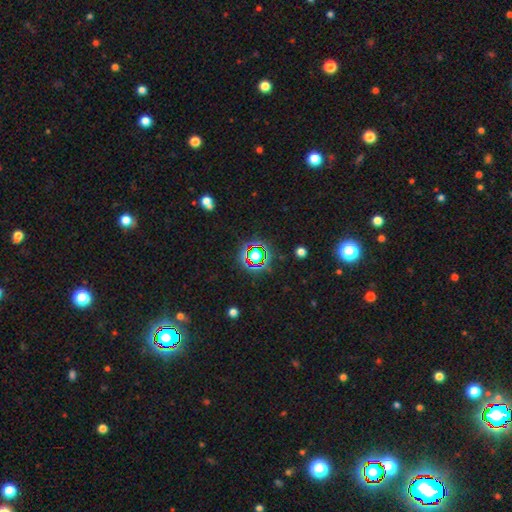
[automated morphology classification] A star or artifact, not a galaxy (69%).